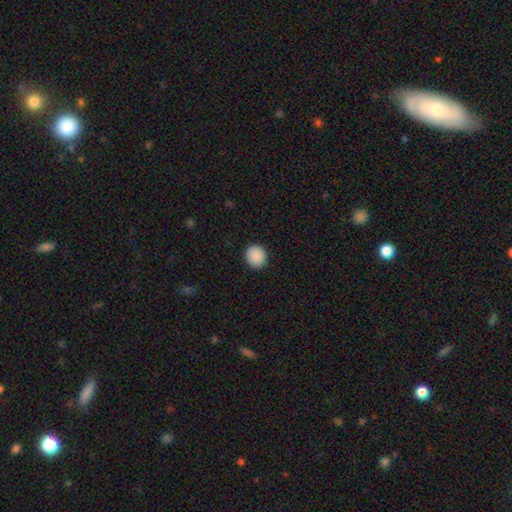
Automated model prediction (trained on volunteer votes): Q: Smooth or featured?
A: smooth (90%); runner-up: star or artifact (7%)
Q: How rounded?
A: round (88%); runner-up: in between (11%)
Q: Merging?
A: none (92%); runner-up: minor disturbance (6%)